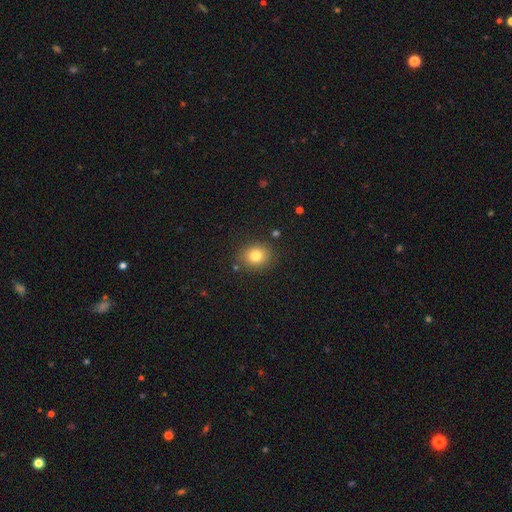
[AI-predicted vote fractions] Smooth or featured? smooth (80%)
How rounded? round (65%)
Merging? none (85%)